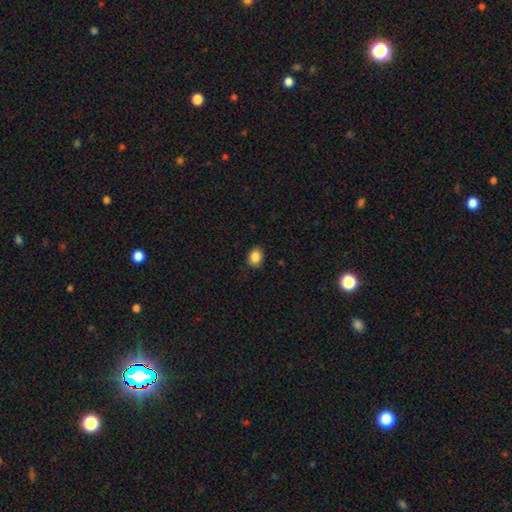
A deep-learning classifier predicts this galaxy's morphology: Smooth or featured: smooth — 87% (star or artifact — 9%)
How rounded: in between — 53% (round — 46%)
Merging: none — 87% (minor disturbance — 10%)